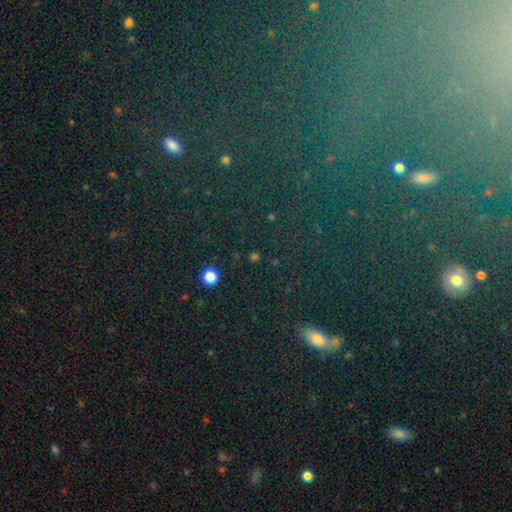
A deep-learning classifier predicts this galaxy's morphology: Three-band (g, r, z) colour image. It shows a star or artifact, not a galaxy (63%).